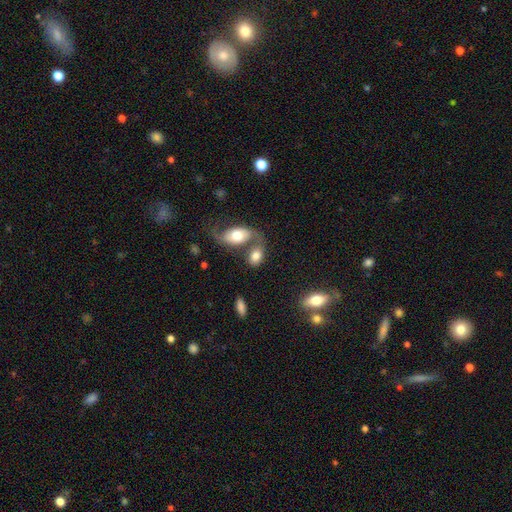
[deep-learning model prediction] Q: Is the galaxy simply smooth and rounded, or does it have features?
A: smooth — 64%.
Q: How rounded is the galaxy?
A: in between — 84%.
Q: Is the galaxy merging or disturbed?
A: merger — 49%.